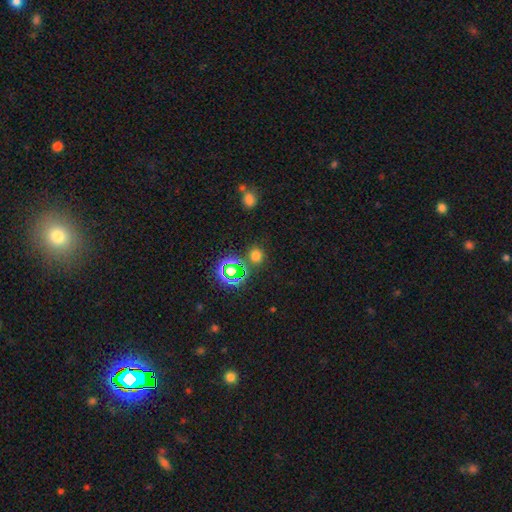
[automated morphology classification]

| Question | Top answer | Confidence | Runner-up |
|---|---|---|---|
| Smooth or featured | smooth | 66% | star or artifact (29%) |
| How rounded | round | 87% | in between (12%) |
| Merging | none | 83% | minor disturbance (8%) |